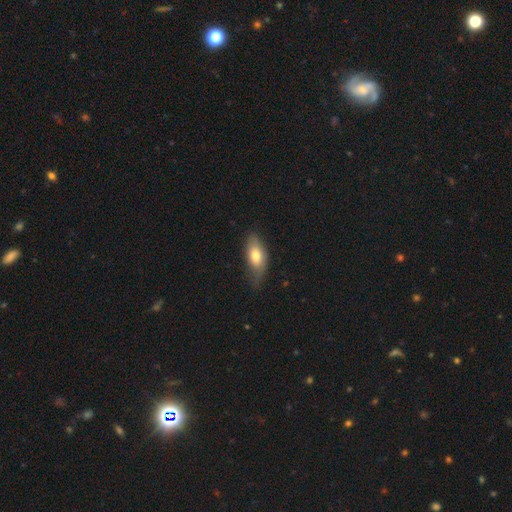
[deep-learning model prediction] This is likely a smooth galaxy (71%). How rounded: clearly in between (85%). Merging: possibly none (52%).